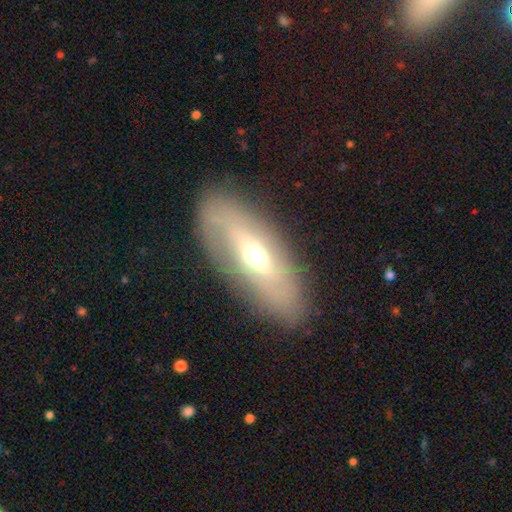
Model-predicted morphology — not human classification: This appears to be a featured or disk galaxy (58%). Merging: none (82%).